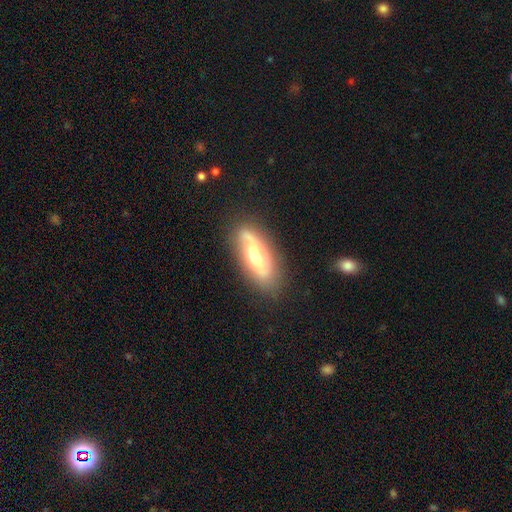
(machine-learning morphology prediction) This is possibly a featured or disk galaxy (53%). It is likely not viewed edge-on (79%). Merging: likely none (73%).